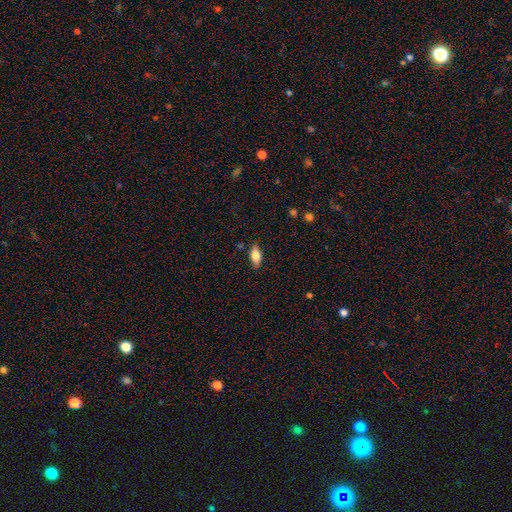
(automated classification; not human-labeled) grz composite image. It shows a smooth galaxy with no disk features (70%) that is in between round and cigar-shaped (81%). Merging: none (84%).